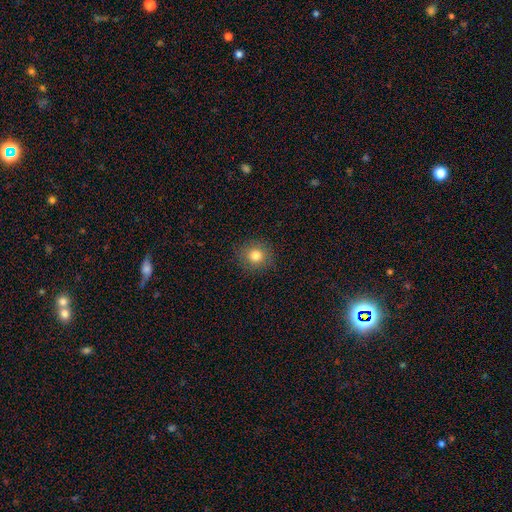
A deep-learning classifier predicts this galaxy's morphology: Q: Smooth or featured?
A: smooth (80%); runner-up: star or artifact (12%)
Q: How rounded?
A: round (89%); runner-up: in between (10%)
Q: Merging?
A: none (89%); runner-up: minor disturbance (7%)